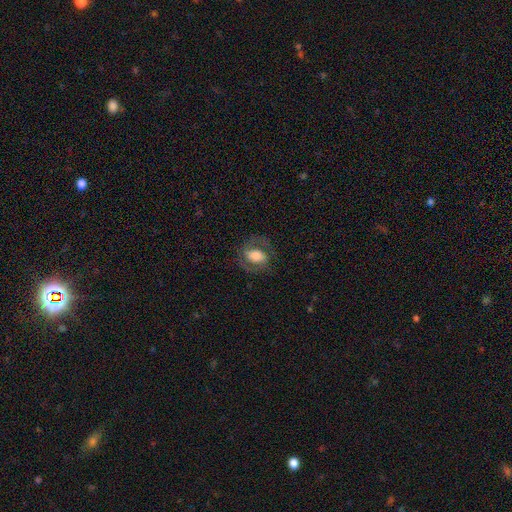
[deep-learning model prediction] smooth-or-featured: featured or disk: 56% | smooth: 36% | star or artifact: 8%
  disk-edge-on: no: 96% | yes: 4%
    bar: no: 40% | weak: 36% | strong: 24%
    has-spiral-arms: yes: 81% | no: 19%
    bulge-size: large: 40% | moderate: 37% | small: 12% | dominant: 7% | none: 4%
  merging: none: 71% | minor disturbance: 16% | major disturbance: 12% | merger: 1%